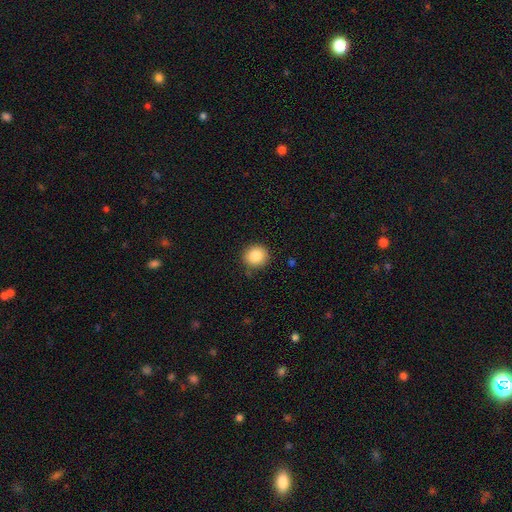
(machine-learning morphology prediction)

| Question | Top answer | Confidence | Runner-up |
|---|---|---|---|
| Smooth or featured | smooth | 86% | star or artifact (9%) |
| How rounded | round | 89% | in between (10%) |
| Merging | none | 87% | minor disturbance (9%) |